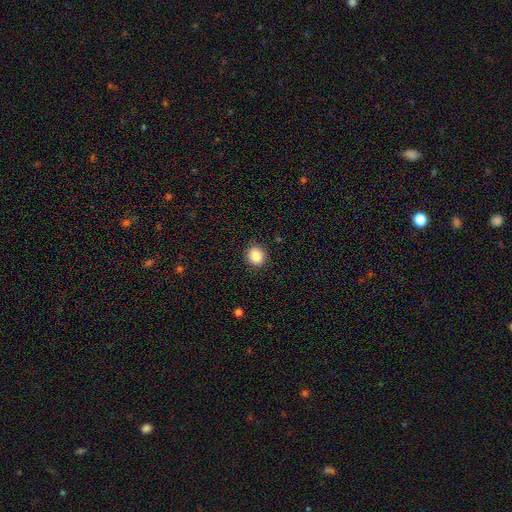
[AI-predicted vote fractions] Morphology: type=smooth (85%); roundness=round (87%); merging=none (91%).